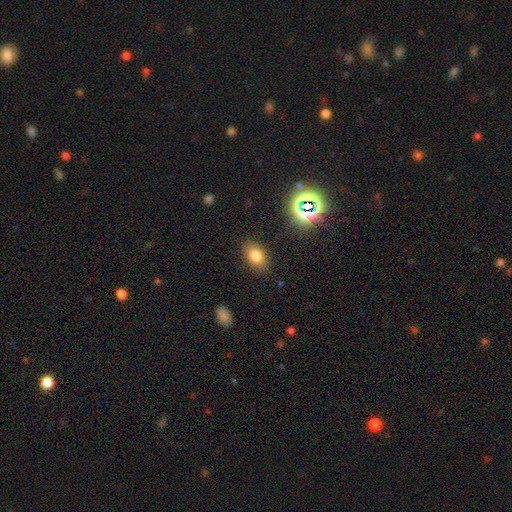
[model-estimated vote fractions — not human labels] Smooth or featured?
  - smooth: 78% *
  - star or artifact: 13%
  - featured or disk: 9%
How rounded?
  - in between: 88% *
  - round: 11%
  - cigar-shaped: 2%
Merging?
  - none: 85% *
  - minor disturbance: 10%
  - major disturbance: 3%
  - merger: 2%